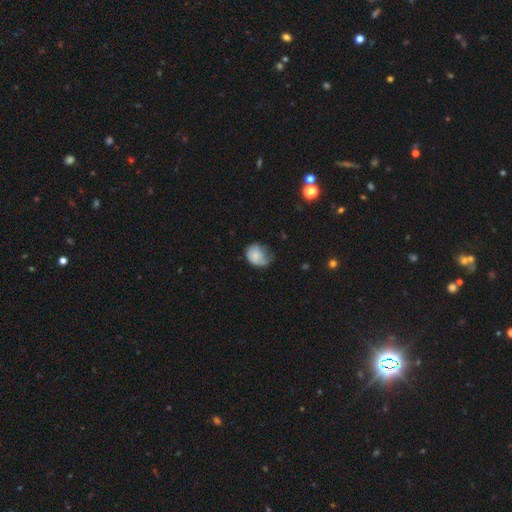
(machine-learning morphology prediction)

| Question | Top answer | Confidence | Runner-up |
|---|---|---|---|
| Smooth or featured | smooth | 66% | featured or disk (26%) |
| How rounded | round | 53% | in between (47%) |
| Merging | minor disturbance | 40% | none (34%) |